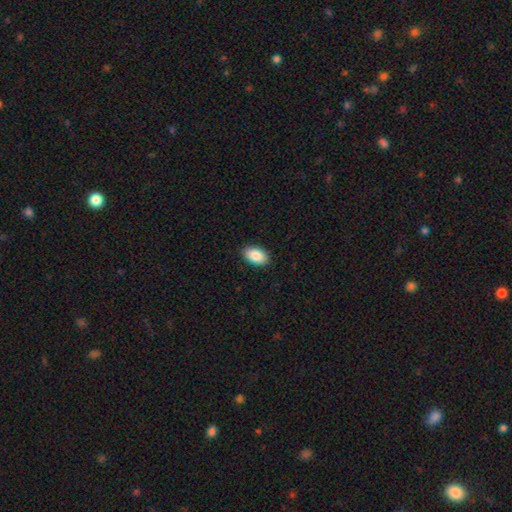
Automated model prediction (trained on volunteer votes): Smooth or featured? smooth (88%)
How rounded? in between (94%)
Merging? none (89%)